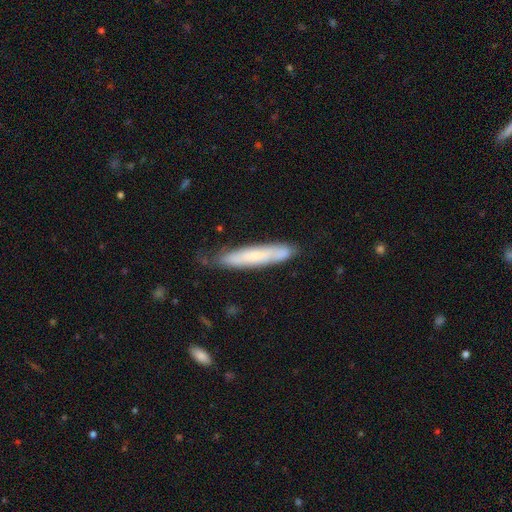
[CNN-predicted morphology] The model was most divided on "smooth or featured": smooth: 56%, featured or disk: 38%, star or artifact: 6%. More confident: how rounded — cigar-shaped (89%); merging — none (68%).